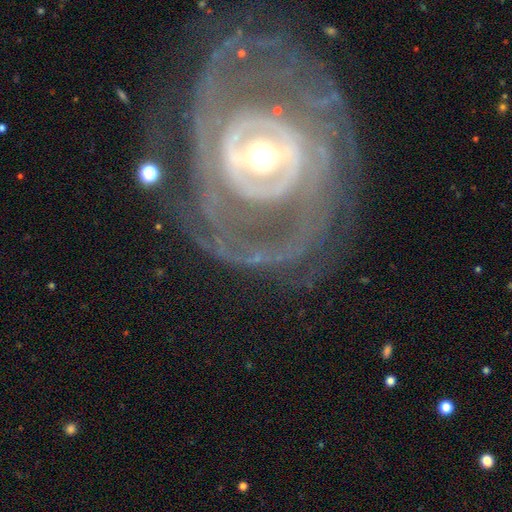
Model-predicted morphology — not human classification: A featured or disk galaxy (86%) with a strong bar (42%), tight (64%) spiral arms (81%) and a moderate central bulge (61%).

Vote fractions:
- Smooth or featured? featured or disk: 86% / smooth: 8% / star or artifact: 6%
- Edge-on disk? no: 95% / yes: 5%
- Bar? strong: 42% / weak: 33% / no: 25%
- Spiral arms? yes: 81% / no: 19%
- Spiral winding? tight: 64% / medium: 25% / loose: 10%
- Spiral arm count? can't tell: 38% / 2: 27% / 3: 12% / 4: 8% / more than 4: 7% / 1: 7%
- Bulge size? moderate: 61% / small: 22% / large: 13% / dominant: 2% / none: 1%
- Merging? none: 65% / major disturbance: 17% / minor disturbance: 15% / merger: 3%